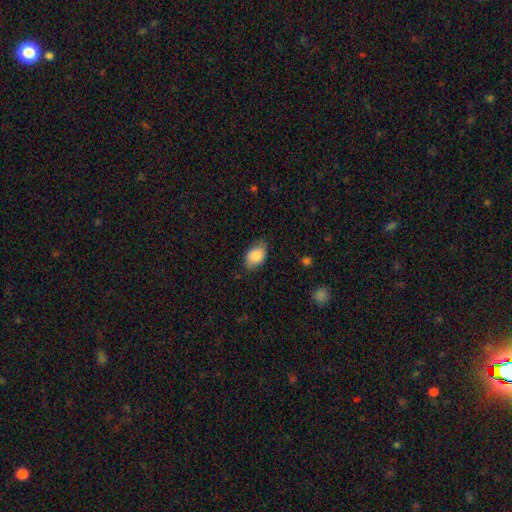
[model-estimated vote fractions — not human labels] Smooth or featured: smooth — 86% (featured or disk — 7%)
How rounded: in between — 85% (round — 13%)
Merging: none — 74% (minor disturbance — 20%)